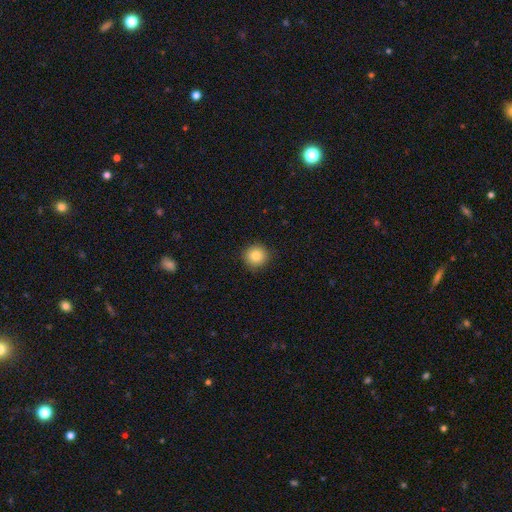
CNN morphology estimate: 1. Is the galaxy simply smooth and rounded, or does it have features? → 83% smooth, 10% star or artifact, 7% featured or disk.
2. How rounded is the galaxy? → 95% round, 4% in between, 1% cigar-shaped.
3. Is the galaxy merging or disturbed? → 91% none, 6% minor disturbance, 2% major disturbance, 1% merger.